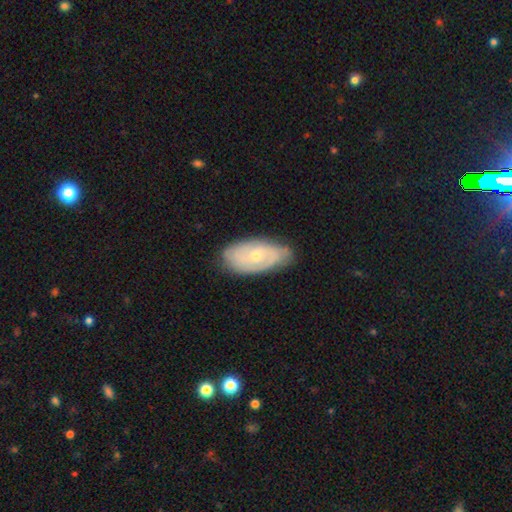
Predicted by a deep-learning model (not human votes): Smooth or featured?
  - featured or disk: 62% *
  - smooth: 32%
  - star or artifact: 6%
Edge-on disk?
  - no: 92% *
  - yes: 8%
Bar?
  - no: 80% *
  - weak: 17%
  - strong: 3%
Spiral arms?
  - yes: 75% *
  - no: 25%
Bulge size?
  - small: 63% *
  - moderate: 34%
  - large: 1%
  - none: 1%
  - dominant: 1%
Merging?
  - none: 72% *
  - minor disturbance: 22%
  - major disturbance: 5%
  - merger: 1%